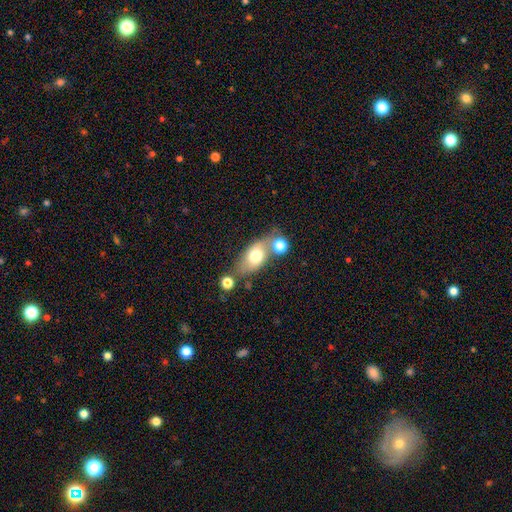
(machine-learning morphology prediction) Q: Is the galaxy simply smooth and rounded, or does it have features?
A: smooth — 63%.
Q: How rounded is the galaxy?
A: in between — 81%.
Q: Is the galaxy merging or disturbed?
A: none — 54%.